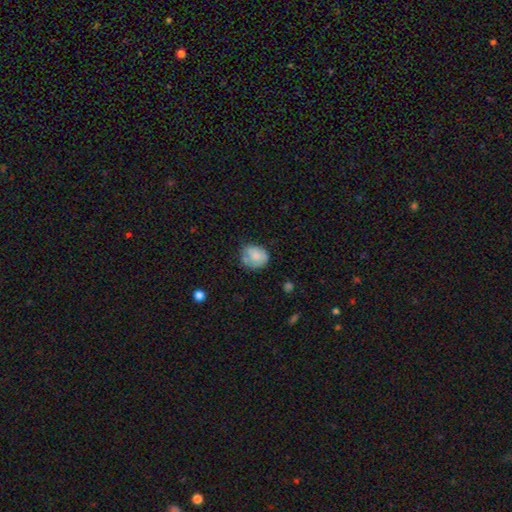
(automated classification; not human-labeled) A smooth galaxy with no disk features (72%) that is round (67%).

Vote fractions:
- Smooth or featured? smooth: 72% / featured or disk: 20% / star or artifact: 8%
- How rounded? round: 67% / in between: 32% / cigar-shaped: 1%
- Merging? none: 49% / minor disturbance: 31% / major disturbance: 11% / merger: 9%